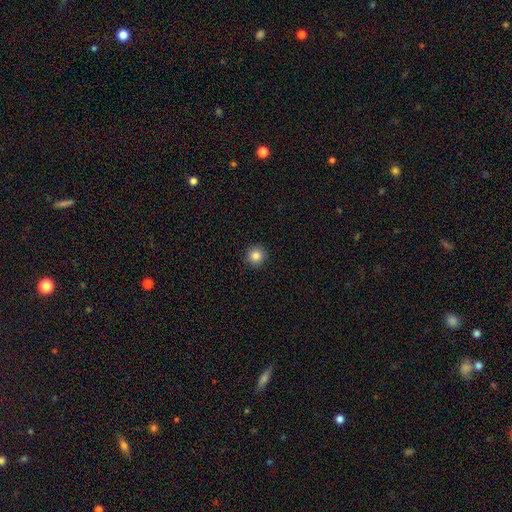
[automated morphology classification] smooth_or_featured: smooth (p=0.84) [alt: star or artifact p=0.10]
how_rounded: round (p=0.95) [alt: in between p=0.04]
merging: none (p=0.93) [alt: minor disturbance p=0.05]